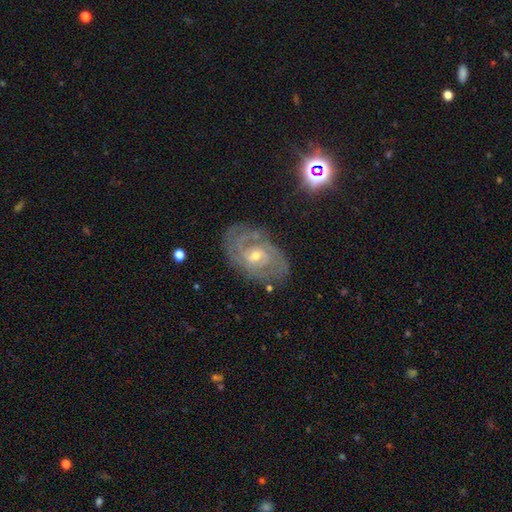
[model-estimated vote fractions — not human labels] Overall: featured or disk (84%). Edge-on disk: no (96%). Bar: no (51%; weak 41%). Spiral arms: yes (93%). Spiral arm count: 2 (36%; can't tell 32%). Spiral winding: tight (63%; medium 30%). Bulge size: small (55%; moderate 42%). Merging: none (73%).